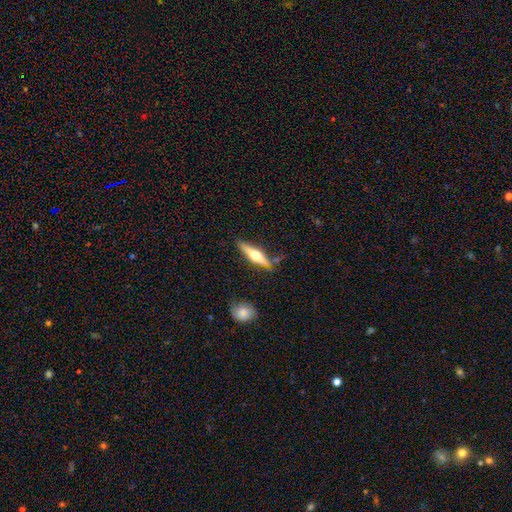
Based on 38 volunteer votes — Smooth or featured: featured or disk — 58% (smooth — 39%)
Edge-on disk: yes — 100%
Edge-on bulge: rounded — 95% (none — 5%)
Merging: none — 89% (minor disturbance — 8%)